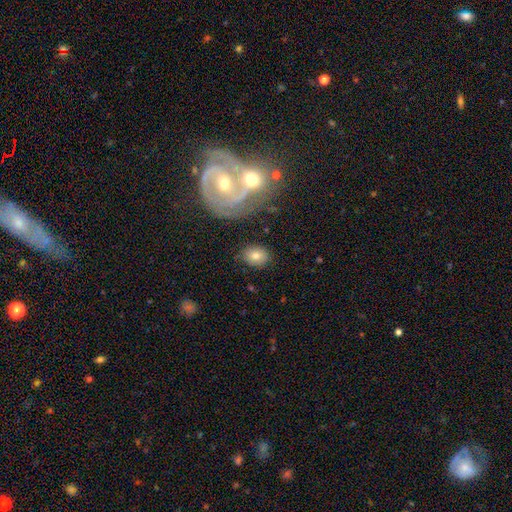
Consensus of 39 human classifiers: smooth-or-featured: smooth: 67% | featured or disk: 33% | star or artifact: 0%
  how-rounded: in between: 62% | round: 38% | cigar-shaped: 0%
  merging: none: 77% | merger: 15% | minor disturbance: 5% | major disturbance: 3%